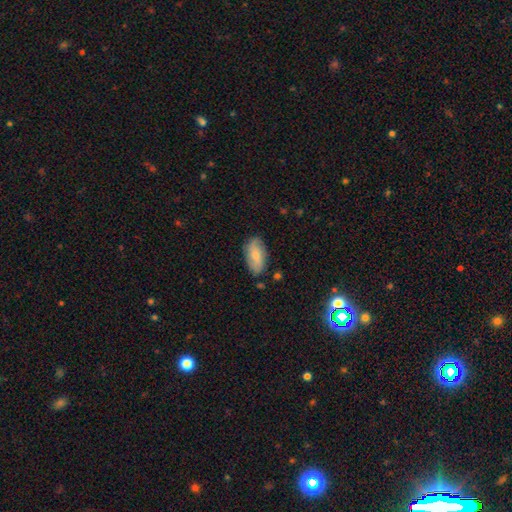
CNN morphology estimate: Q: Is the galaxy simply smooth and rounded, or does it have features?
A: smooth — 71%.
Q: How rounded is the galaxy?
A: in between — 93%.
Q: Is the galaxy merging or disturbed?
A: none — 78%.